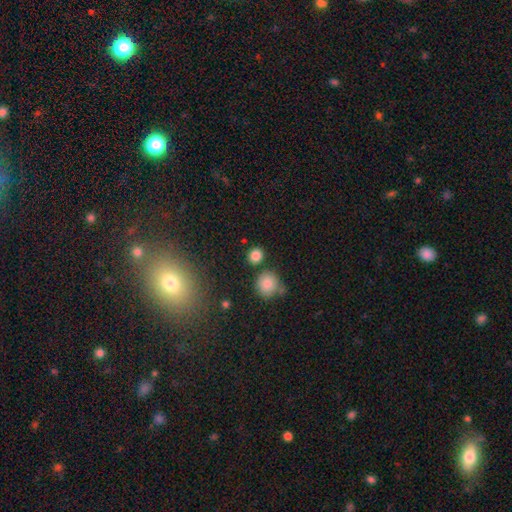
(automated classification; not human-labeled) Overall: smooth (83%). How rounded: round (84%). Merging: none (80%).